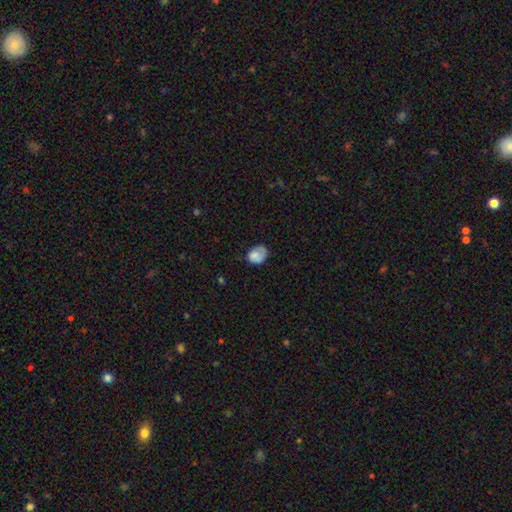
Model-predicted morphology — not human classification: This is likely a smooth galaxy (73%). How rounded: likely in between (68%). Merging: possibly none (47%).